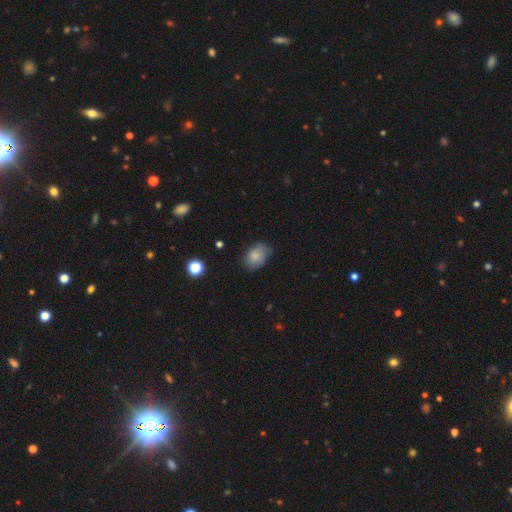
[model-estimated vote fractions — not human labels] Smooth or featured? Predicted: smooth (p=0.79). How rounded? Predicted: in between (p=0.67). Merging? Predicted: none (p=0.55).